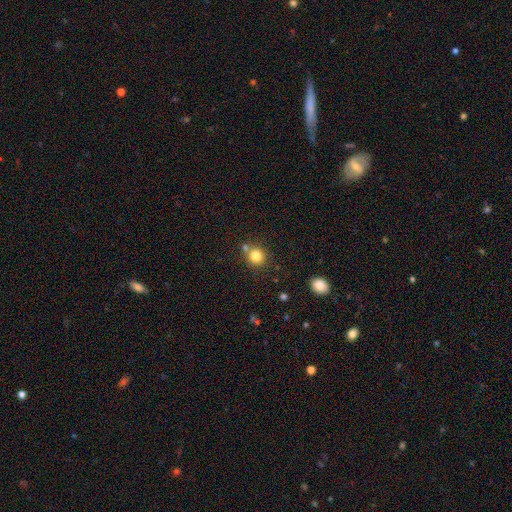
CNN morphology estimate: type=smooth (82%); roundness=round (88%); merging=none (70%).